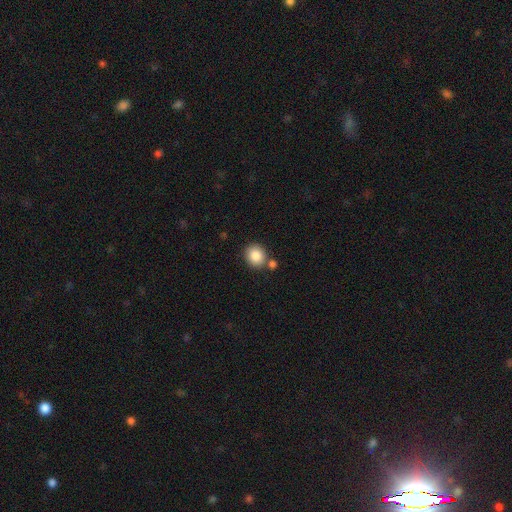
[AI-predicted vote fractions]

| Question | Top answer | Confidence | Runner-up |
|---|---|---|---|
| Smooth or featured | smooth | 86% | star or artifact (9%) |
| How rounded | round | 79% | in between (20%) |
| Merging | none | 72% | merger (16%) |